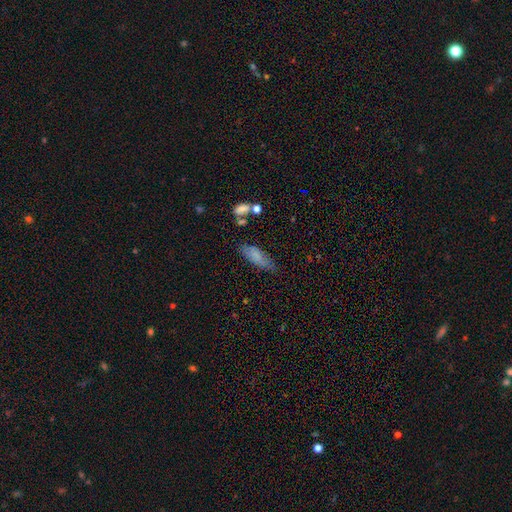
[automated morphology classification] type=smooth (74%); roundness=in between (58%); merging=none (64%).